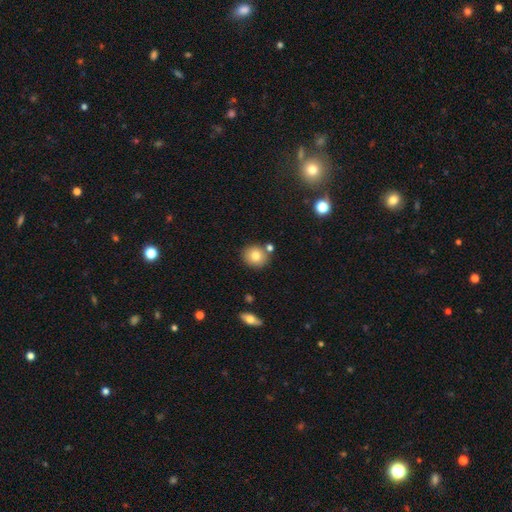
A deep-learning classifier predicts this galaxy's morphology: The model was most divided on "smooth or featured": smooth: 77%, featured or disk: 12%, star or artifact: 11%. More confident: how rounded — round (84%); merging — none (78%).